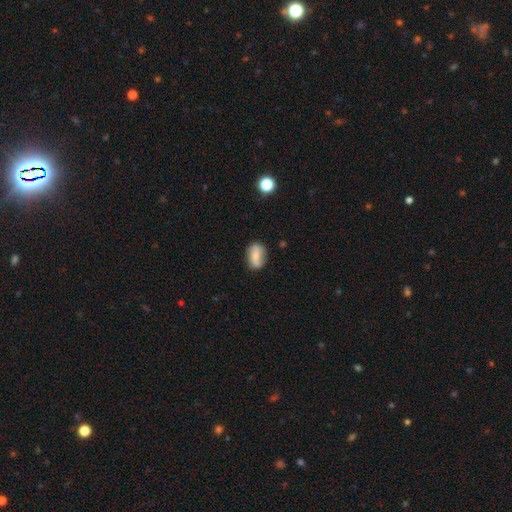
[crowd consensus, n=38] Morphology: type=smooth (68%); roundness=in between (69%); merging=none (78%).